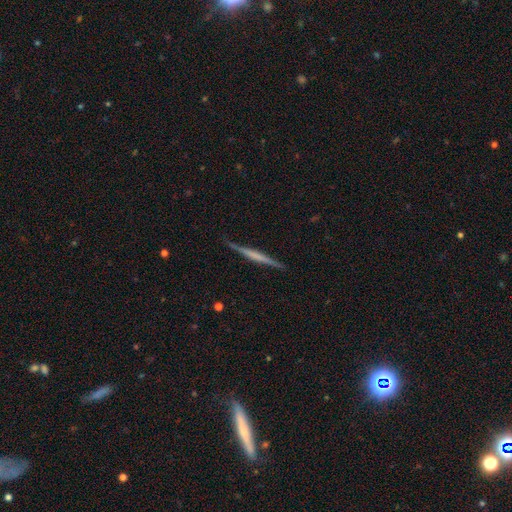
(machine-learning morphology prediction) The model was most divided on "smooth or featured": featured or disk: 65%, smooth: 29%, star or artifact: 6%. More confident: edge-on disk — yes (98%); merging — none (88%); edge-on bulge — none (59%).